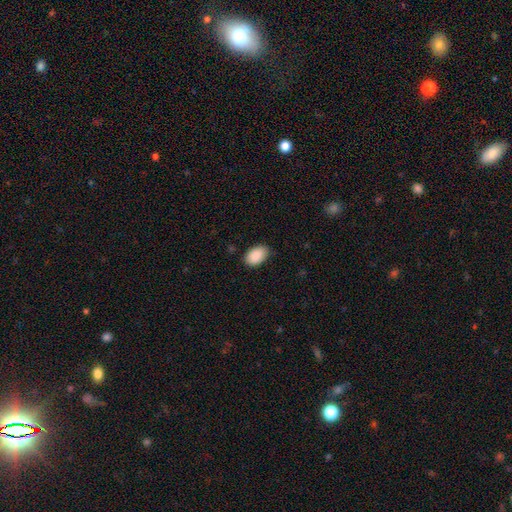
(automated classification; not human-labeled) smooth 90%, star or artifact 7%, featured or disk 3%. Down the decision tree: how rounded — in between (92%); merging — none (82%).